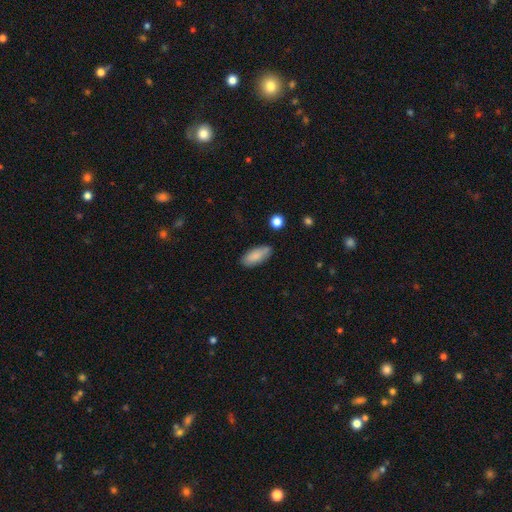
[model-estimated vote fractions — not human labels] Overall: smooth (86%). How rounded: in between (84%). Merging: none (83%).